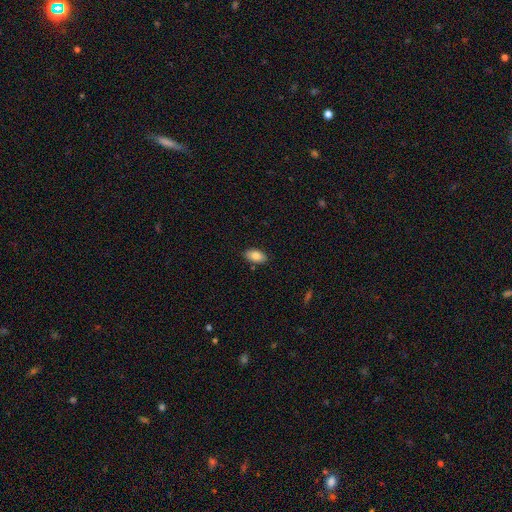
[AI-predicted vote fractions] Smooth or featured? Predicted: smooth (p=0.84). How rounded? Predicted: in between (p=0.94). Merging? Predicted: none (p=0.86).